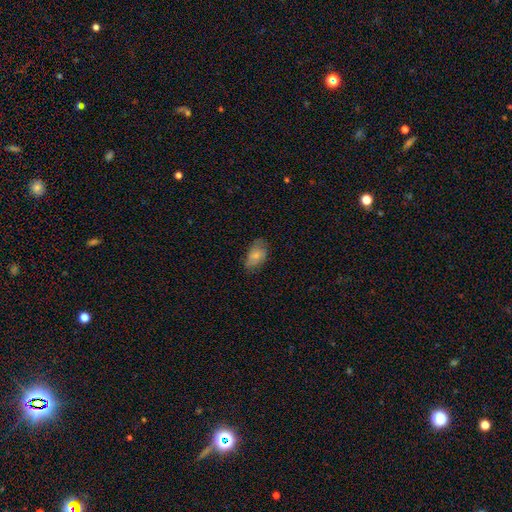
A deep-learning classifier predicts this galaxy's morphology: Q: Smooth or featured?
A: smooth (75%); runner-up: featured or disk (18%)
Q: How rounded?
A: in between (91%); runner-up: round (7%)
Q: Merging?
A: none (62%); runner-up: minor disturbance (29%)